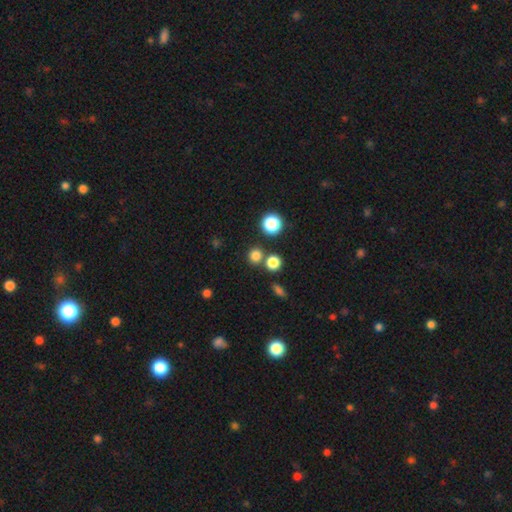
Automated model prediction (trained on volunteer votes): A smooth galaxy with no disk features (78%) that is round (89%).

Vote fractions:
- Smooth or featured? smooth: 78% / star or artifact: 17% / featured or disk: 5%
- How rounded? round: 89% / in between: 10% / cigar-shaped: 1%
- Merging? none: 75% / merger: 15% / minor disturbance: 7% / major disturbance: 3%